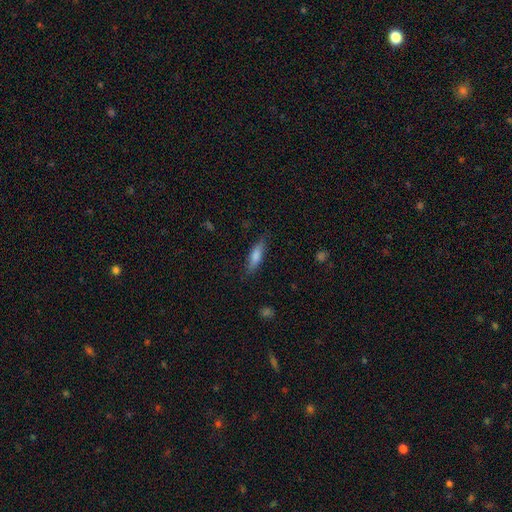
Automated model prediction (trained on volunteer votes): A smooth galaxy with no disk features (76%) that is cigar-shaped (57%).

Vote fractions:
- Smooth or featured? smooth: 76% / featured or disk: 18% / star or artifact: 7%
- How rounded? cigar-shaped: 57% / in between: 41% / round: 2%
- Merging? none: 80% / minor disturbance: 15% / major disturbance: 4% / merger: 1%